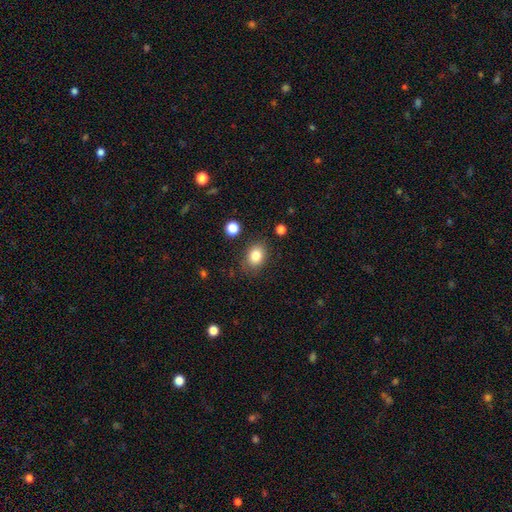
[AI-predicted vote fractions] smooth 84%, star or artifact 9%, featured or disk 7%. Down the decision tree: how rounded — in between (65%); merging — none (82%).